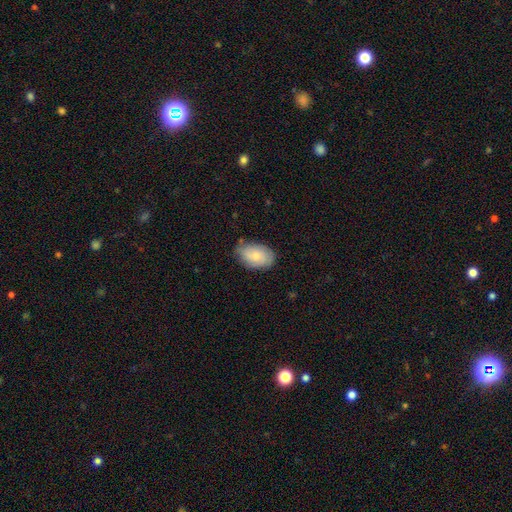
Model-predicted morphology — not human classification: The model was most divided on "smooth or featured": smooth: 70%, featured or disk: 23%, star or artifact: 6%. More confident: how rounded — in between (90%); merging — none (71%).